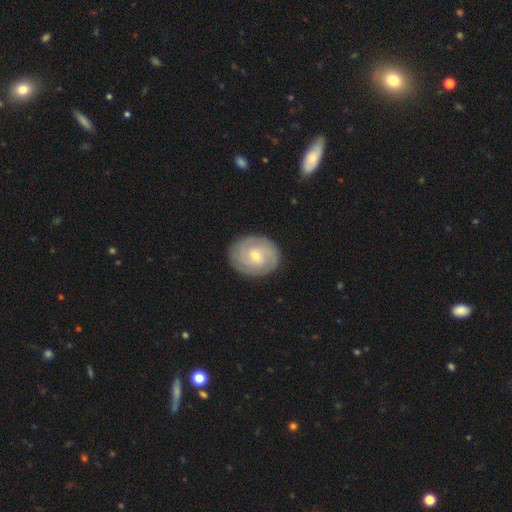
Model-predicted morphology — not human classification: Smooth or featured? featured or disk (75%)
Edge-on disk? no (97%)
Bar? no (57%)
Spiral arms? yes (92%)
Spiral winding? tight (73%)
Spiral arm count? 2 (32%)
Bulge size? small (59%)
Merging? none (86%)